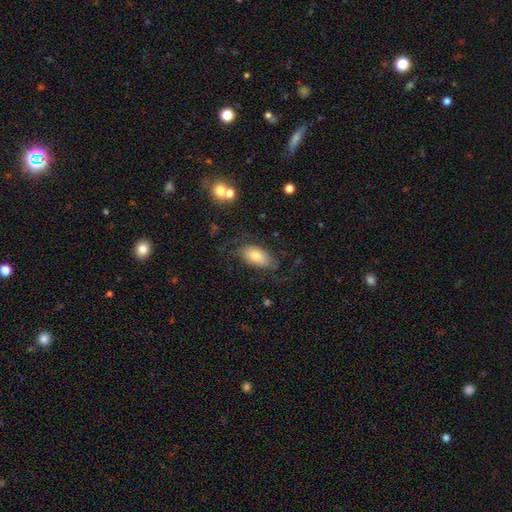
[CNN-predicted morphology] The model was most divided on "merging": none: 62%, minor disturbance: 22%, major disturbance: 14%, merger: 2%. More confident: how rounded — in between (92%); smooth or featured — smooth (67%).